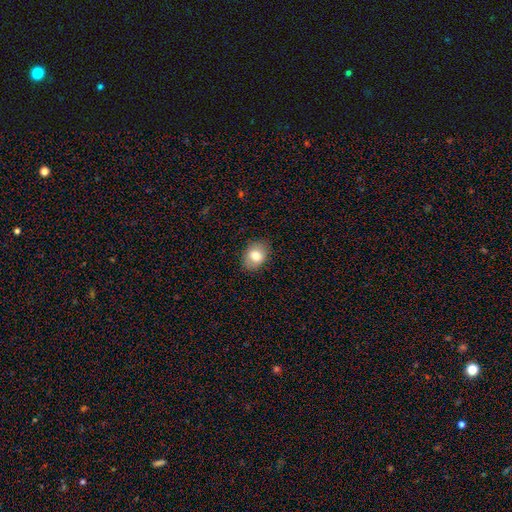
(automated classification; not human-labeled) A smooth galaxy with no disk features (79%) that is in between round and cigar-shaped (67%).

Vote fractions:
- Smooth or featured? smooth: 79% / featured or disk: 12% / star or artifact: 8%
- How rounded? in between: 67% / round: 33% / cigar-shaped: 1%
- Merging? none: 86% / minor disturbance: 11% / major disturbance: 2% / merger: 1%